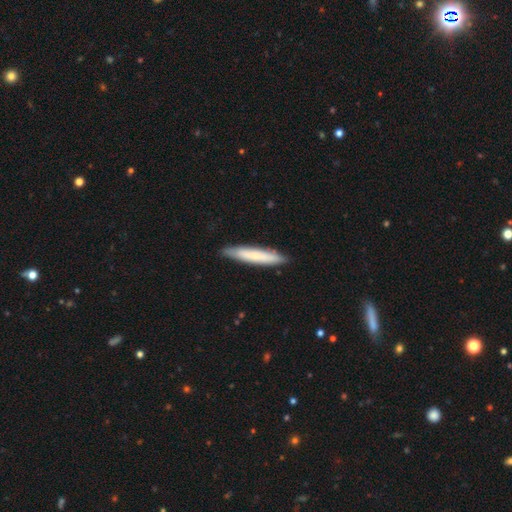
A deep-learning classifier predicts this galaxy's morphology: Q: Smooth or featured?
A: smooth (70%); runner-up: featured or disk (25%)
Q: How rounded?
A: cigar-shaped (92%); runner-up: in between (7%)
Q: Merging?
A: none (88%); runner-up: minor disturbance (10%)